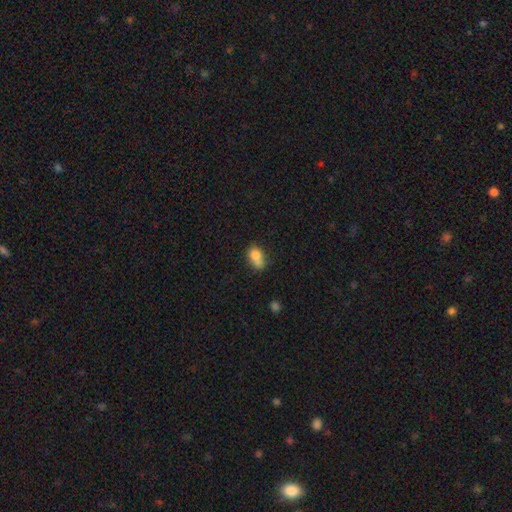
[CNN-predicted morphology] Overall: smooth (75%). How rounded: in between (58%; round 40%). Merging: merger (40%; none 32%).